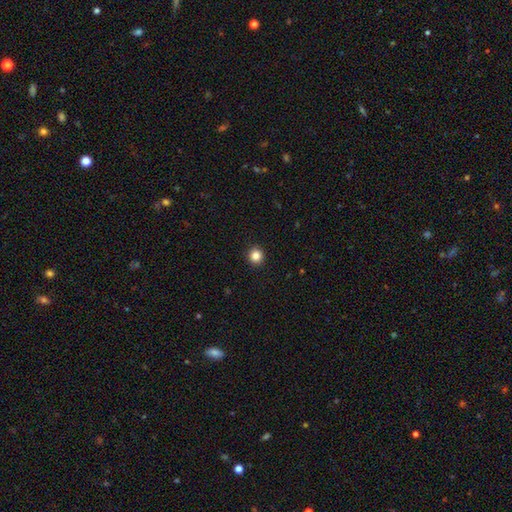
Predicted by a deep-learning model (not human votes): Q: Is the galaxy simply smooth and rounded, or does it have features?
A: smooth — 85%.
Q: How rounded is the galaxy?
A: round — 94%.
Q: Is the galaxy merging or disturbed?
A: none — 93%.